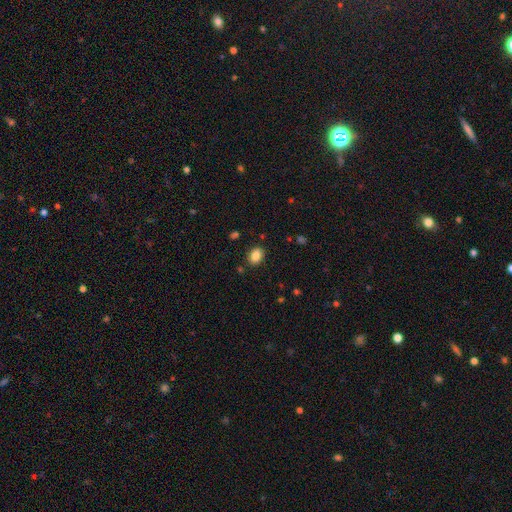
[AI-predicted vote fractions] Smooth or featured?
  - smooth: 85% *
  - star or artifact: 9%
  - featured or disk: 6%
How rounded?
  - in between: 68% *
  - round: 31%
  - cigar-shaped: 1%
Merging?
  - none: 87% *
  - minor disturbance: 9%
  - major disturbance: 2%
  - merger: 2%